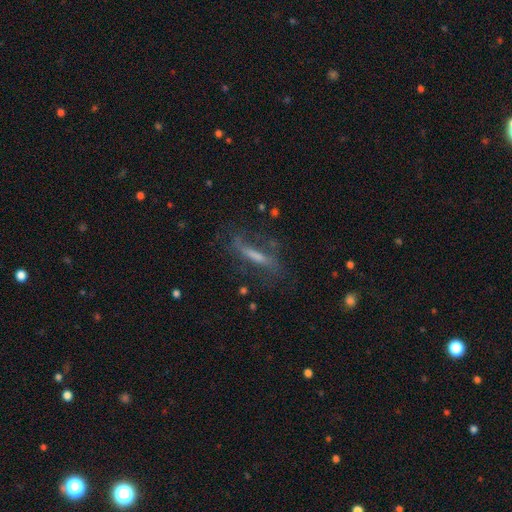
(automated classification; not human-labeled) Overall: featured or disk (54%; smooth 34%). Edge-on disk: yes (53%; no 47%). Merging: none (61%).